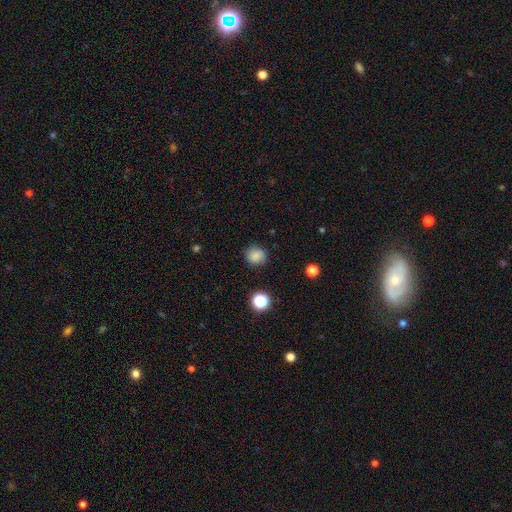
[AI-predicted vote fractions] smooth-or-featured: smooth: 84% | star or artifact: 12% | featured or disk: 5%
  how-rounded: round: 81% | in between: 18% | cigar-shaped: 1%
  merging: none: 84% | minor disturbance: 11% | major disturbance: 3% | merger: 2%